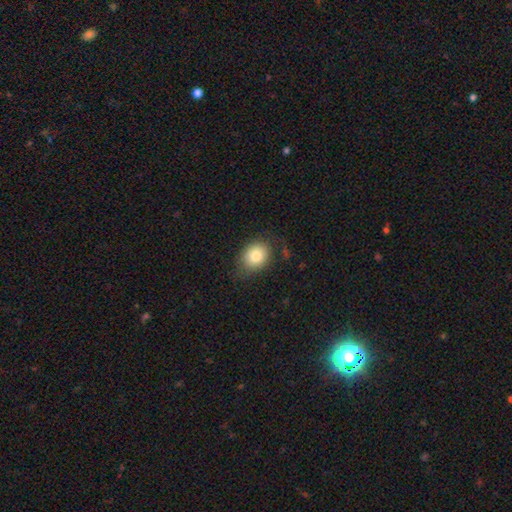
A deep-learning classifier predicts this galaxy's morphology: smooth-or-featured: smooth: 80% | featured or disk: 11% | star or artifact: 9%
  how-rounded: round: 55% | in between: 45% | cigar-shaped: 1%
  merging: none: 73% | minor disturbance: 19% | major disturbance: 6% | merger: 1%